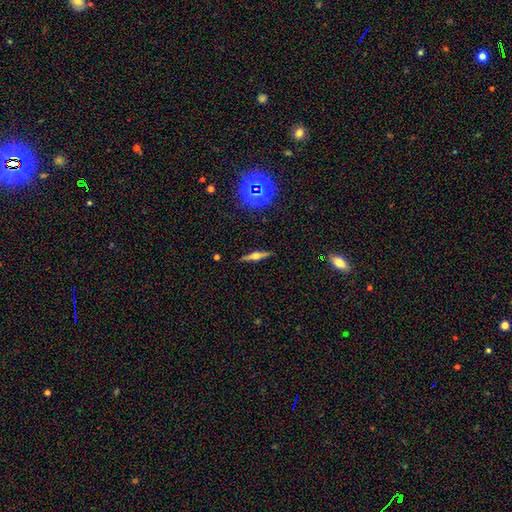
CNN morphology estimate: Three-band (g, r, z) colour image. It shows a featured or disk galaxy (61%) viewed edge-on (96%) with a rounded central bulge (89%). Merging: none (89%).